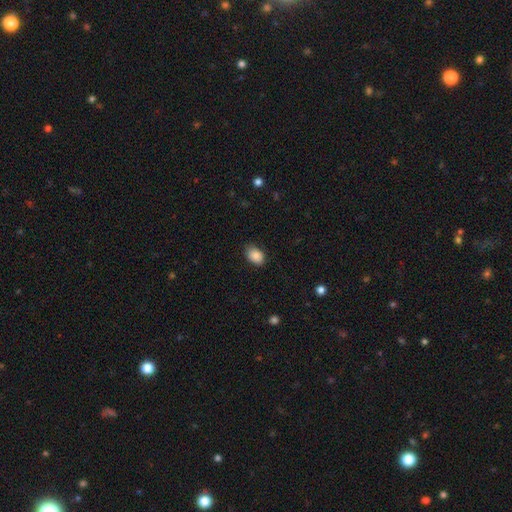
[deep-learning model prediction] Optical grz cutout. It shows a smooth galaxy with no disk features (88%) that is in between round and cigar-shaped (82%). Merging: none (80%).